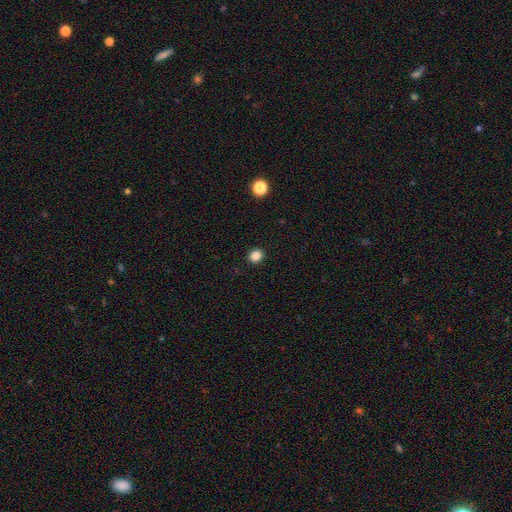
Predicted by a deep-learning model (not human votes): A smooth galaxy with no disk features (84%) that is round (77%).

Vote fractions:
- Smooth or featured? smooth: 84% / star or artifact: 12% / featured or disk: 4%
- How rounded? round: 77% / in between: 22% / cigar-shaped: 1%
- Merging? none: 92% / minor disturbance: 5% / major disturbance: 2% / merger: 1%